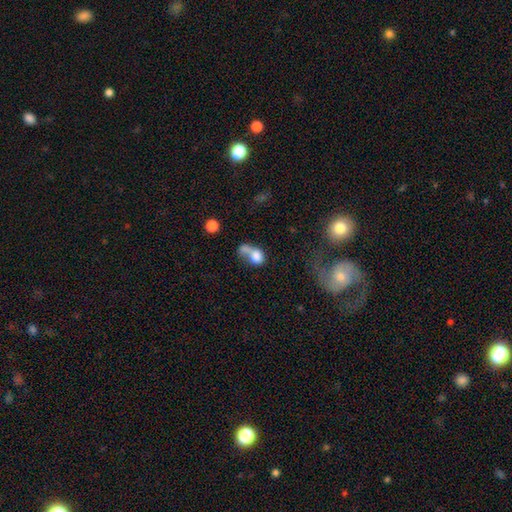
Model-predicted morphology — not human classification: This is likely a smooth galaxy (72%). How rounded: possibly in between (53%). Merging: possibly merger (58%).